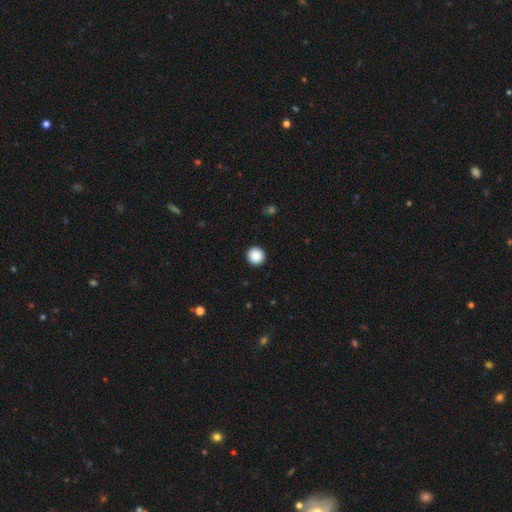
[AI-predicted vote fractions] smooth-or-featured: smooth: 89% | star or artifact: 9% | featured or disk: 3%
  how-rounded: round: 96% | in between: 3% | cigar-shaped: 1%
  merging: none: 94% | minor disturbance: 4% | major disturbance: 2% | merger: 1%